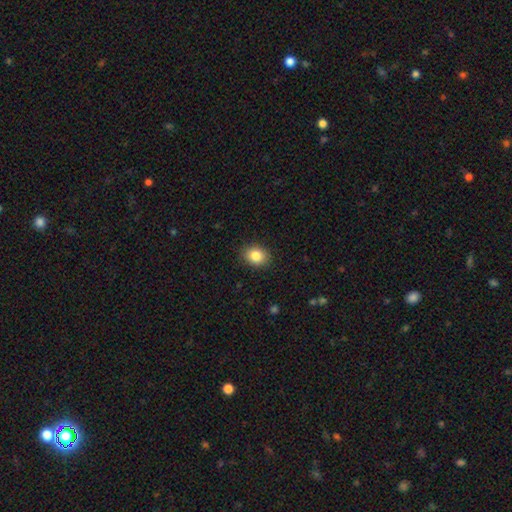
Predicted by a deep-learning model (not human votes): Morphology: type=smooth (85%); roundness=in between (55%); merging=none (89%).